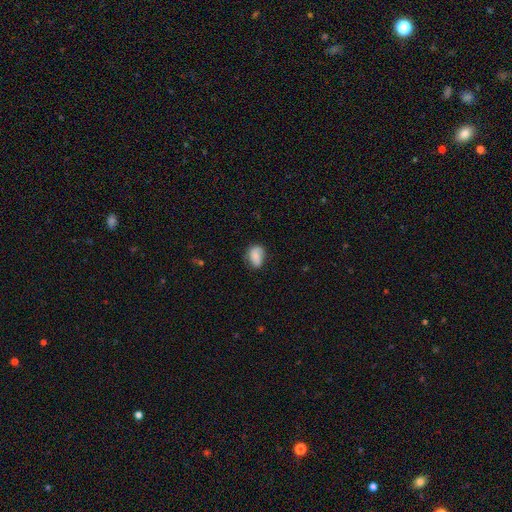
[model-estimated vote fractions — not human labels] A smooth galaxy with no disk features (71%) that is in between round and cigar-shaped (75%).

Vote fractions:
- Smooth or featured? smooth: 71% / featured or disk: 21% / star or artifact: 8%
- How rounded? in between: 75% / round: 23% / cigar-shaped: 2%
- Merging? none: 60% / minor disturbance: 30% / major disturbance: 9% / merger: 2%